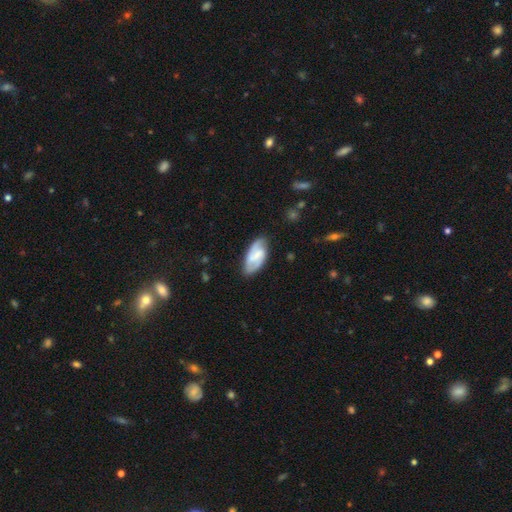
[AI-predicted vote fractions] A featured or disk galaxy (66%) with a weak bar (48%), 2 (79%) medium (47%) spiral arms (91%) and a small central bulge (43%). Merging: none (75%).